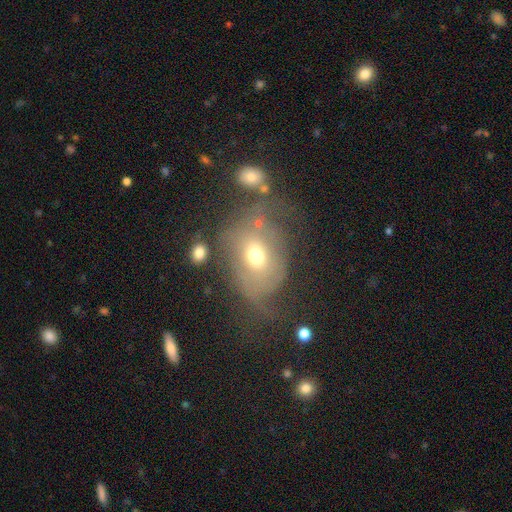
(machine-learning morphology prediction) This is possibly a smooth galaxy (49%). Merging: marginally major disturbance (36%).